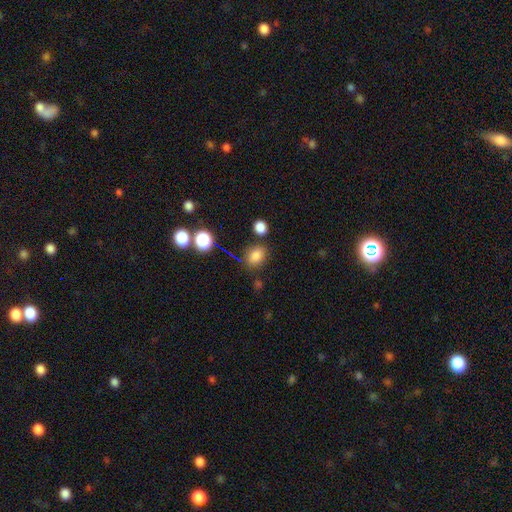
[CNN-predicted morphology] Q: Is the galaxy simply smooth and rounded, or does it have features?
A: smooth — 79%.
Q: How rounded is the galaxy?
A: in between — 58%.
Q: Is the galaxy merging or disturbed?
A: none — 76%.